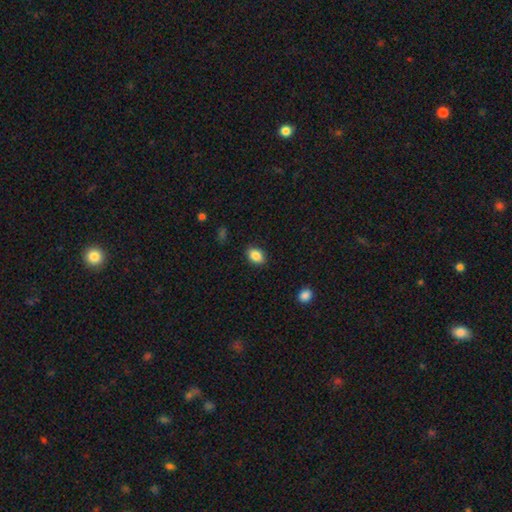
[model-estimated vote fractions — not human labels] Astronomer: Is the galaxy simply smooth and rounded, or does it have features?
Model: smooth — 87%.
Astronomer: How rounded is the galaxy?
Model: in between — 78%.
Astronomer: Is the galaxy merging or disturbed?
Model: none — 88%.